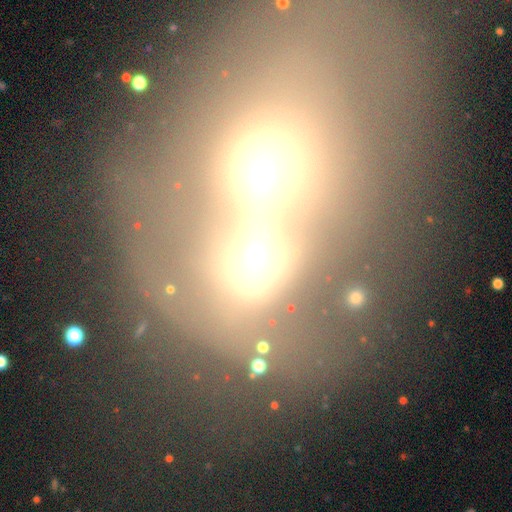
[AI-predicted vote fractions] Overall: featured or disk (43%; smooth 37%). Merging: merger (70%).